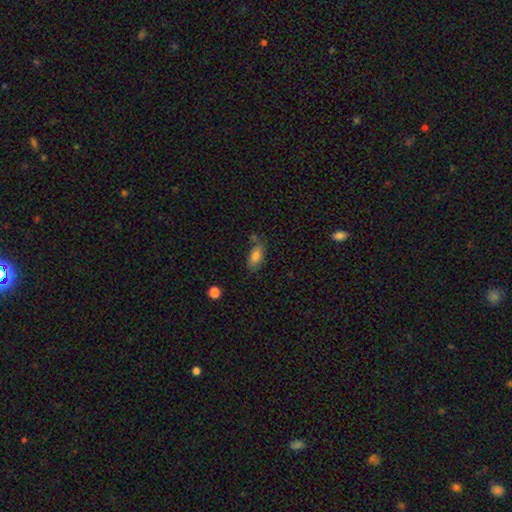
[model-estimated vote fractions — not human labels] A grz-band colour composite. It shows a smooth galaxy with no disk features (82%) that is in between round and cigar-shaped (87%). Merging: none (63%).